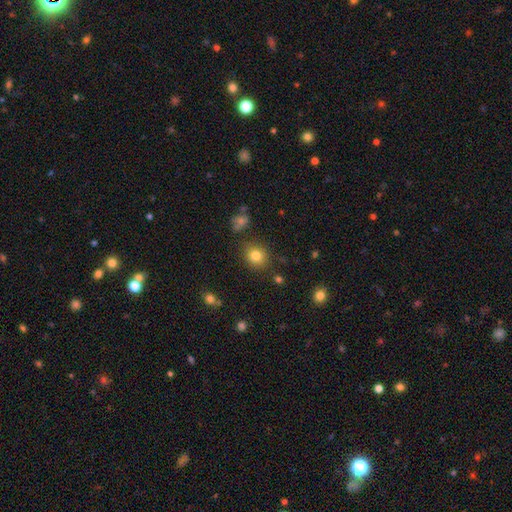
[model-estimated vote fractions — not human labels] This appears to be a smooth galaxy with no disk features (80%) that is round (82%). Merging: none (84%).